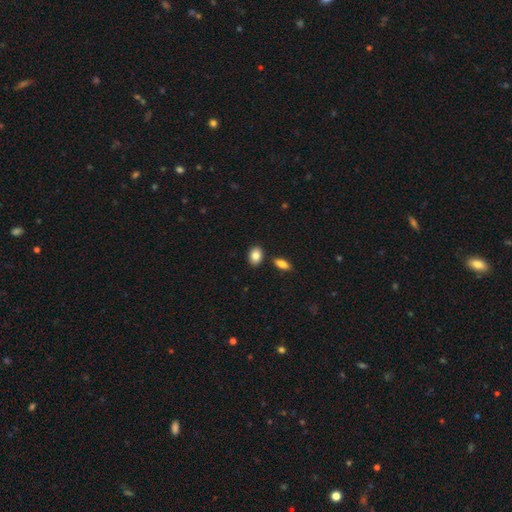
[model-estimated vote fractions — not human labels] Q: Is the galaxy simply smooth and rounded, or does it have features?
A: smooth — 84%.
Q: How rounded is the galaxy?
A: in between — 79%.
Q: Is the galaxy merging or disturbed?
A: none — 83%.